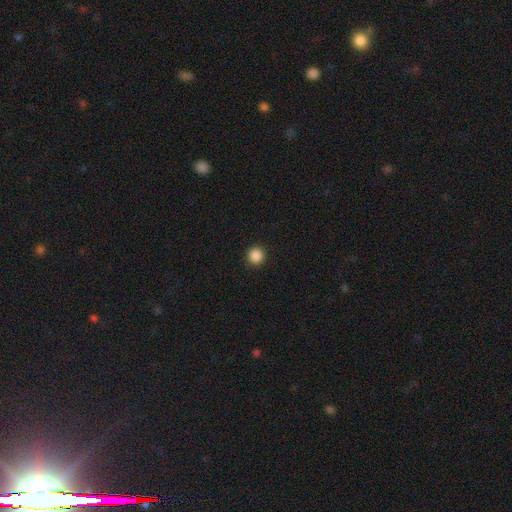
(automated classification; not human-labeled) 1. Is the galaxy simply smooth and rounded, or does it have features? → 87% smooth, 10% star or artifact, 3% featured or disk.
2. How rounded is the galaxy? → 95% round, 4% in between, 1% cigar-shaped.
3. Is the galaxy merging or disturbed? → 93% none, 4% minor disturbance, 2% major disturbance, 1% merger.